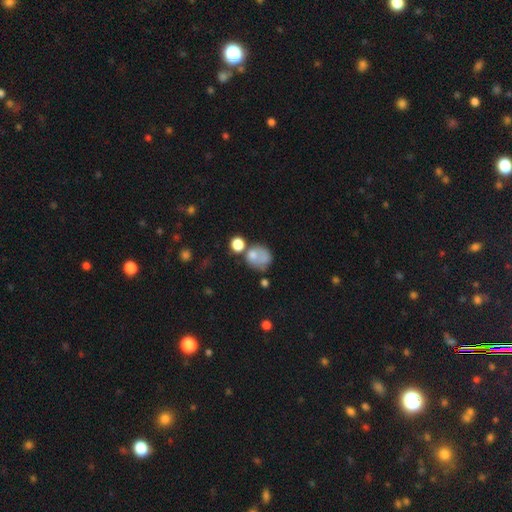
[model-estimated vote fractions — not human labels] Overall: smooth (71%). How rounded: round (75%). Merging: none (41%; merger 26%).